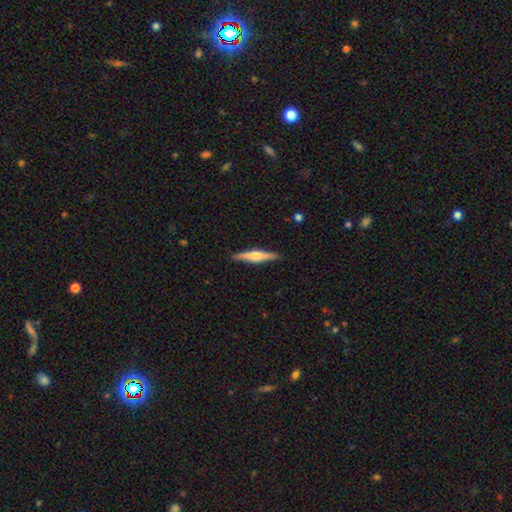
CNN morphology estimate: A featured or disk galaxy (62%) viewed edge-on (98%) with a rounded central bulge (74%). Merging: none (90%).